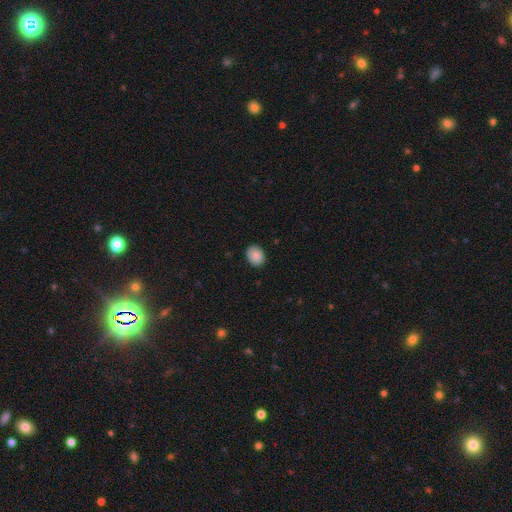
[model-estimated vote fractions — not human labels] smooth 87%, star or artifact 8%, featured or disk 6%. Down the decision tree: how rounded — in between (52%); merging — none (86%).